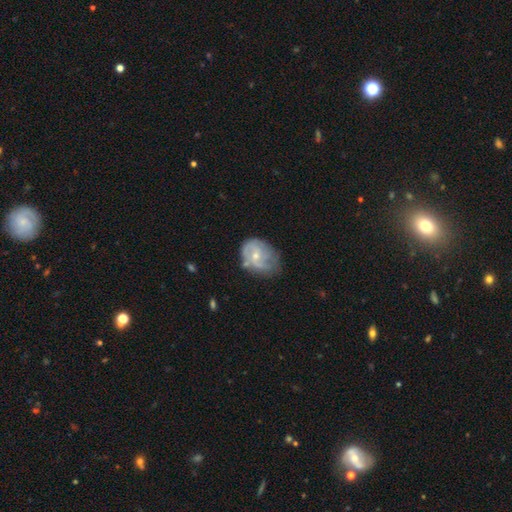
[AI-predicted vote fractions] featured or disk 67%, smooth 26%, star or artifact 7%. Down the decision tree: edge-on disk — no (98%); bar — no (61%); spiral arms — yes (81%); spiral arm count — 2 (42%); spiral winding — medium (42%); bulge size — small (60%); merging — none (48%).